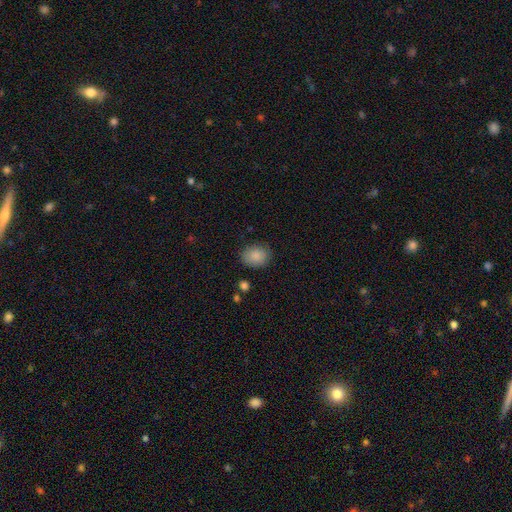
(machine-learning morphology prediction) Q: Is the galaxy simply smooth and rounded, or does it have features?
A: smooth — 87%.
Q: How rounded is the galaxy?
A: round — 53%.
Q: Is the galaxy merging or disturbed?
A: none — 80%.